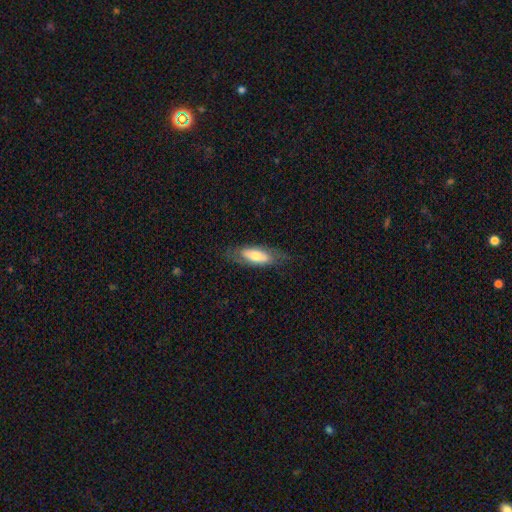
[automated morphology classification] A smooth galaxy with no disk features (61%) that is in between round and cigar-shaped (69%).

Vote fractions:
- Smooth or featured? smooth: 61% / featured or disk: 33% / star or artifact: 6%
- How rounded? in between: 69% / cigar-shaped: 29% / round: 2%
- Merging? none: 74% / minor disturbance: 18% / major disturbance: 7% / merger: 1%